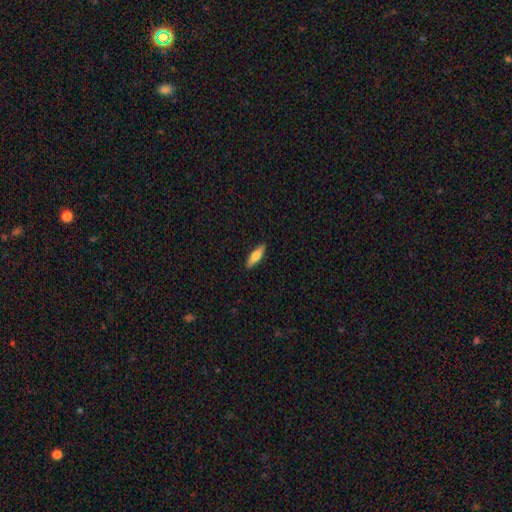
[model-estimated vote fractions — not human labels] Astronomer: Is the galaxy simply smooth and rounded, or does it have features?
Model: smooth — 71%.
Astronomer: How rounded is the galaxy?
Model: cigar-shaped — 62%.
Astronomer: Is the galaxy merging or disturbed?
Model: none — 90%.